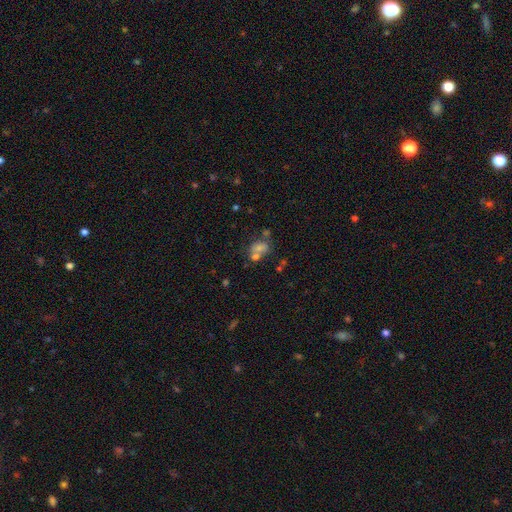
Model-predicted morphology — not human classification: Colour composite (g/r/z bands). It shows a star or artifact, not a galaxy (40%).